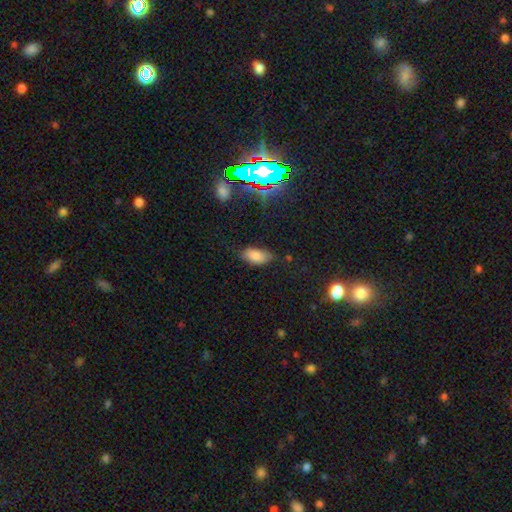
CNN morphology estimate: This appears to be a smooth galaxy with no disk features (80%) that is in between round and cigar-shaped (93%). Merging: none (70%).